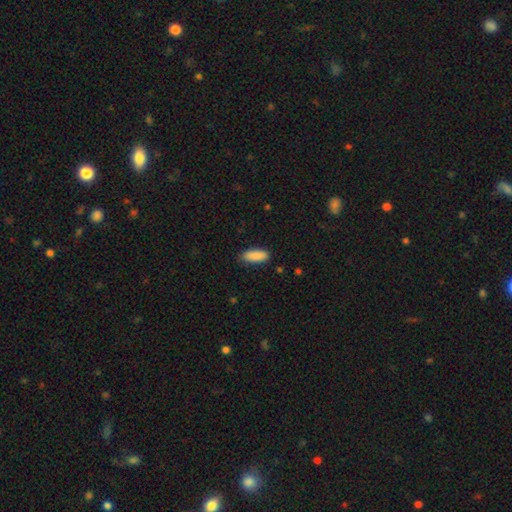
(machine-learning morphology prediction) Smooth or featured?
  - smooth: 89% *
  - star or artifact: 6%
  - featured or disk: 4%
How rounded?
  - in between: 74% *
  - cigar-shaped: 24%
  - round: 2%
Merging?
  - none: 85% *
  - minor disturbance: 12%
  - major disturbance: 2%
  - merger: 1%